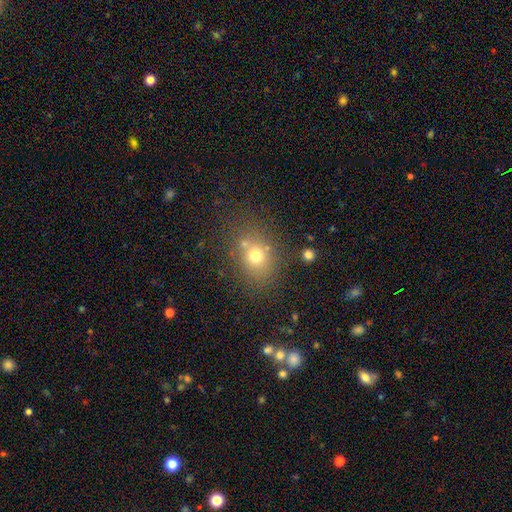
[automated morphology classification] Smooth or featured? smooth (68%)
How rounded? round (60%)
Merging? none (71%)